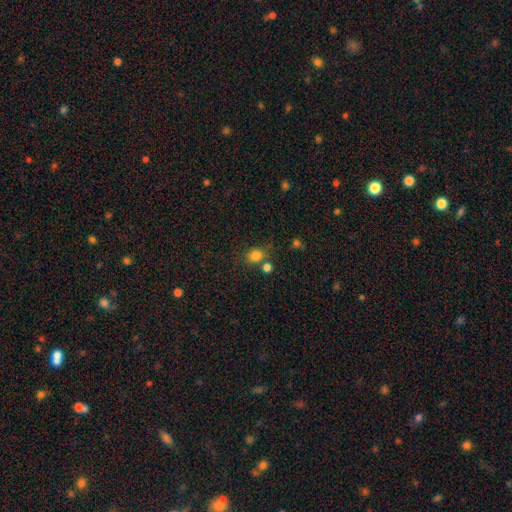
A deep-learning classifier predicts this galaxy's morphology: Smooth or featured: smooth — 81% (star or artifact — 13%)
How rounded: round — 64% (in between — 35%)
Merging: none — 67% (merger — 15%)